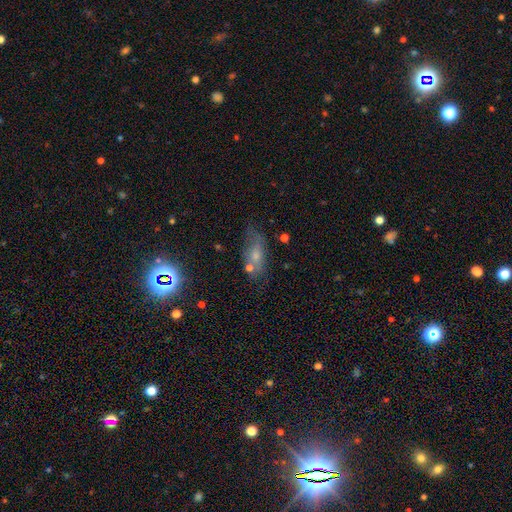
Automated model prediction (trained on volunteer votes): smooth-or-featured: smooth: 47% | featured or disk: 29% | star or artifact: 24%
  merging: none: 55% | minor disturbance: 22% | merger: 12% | major disturbance: 11%